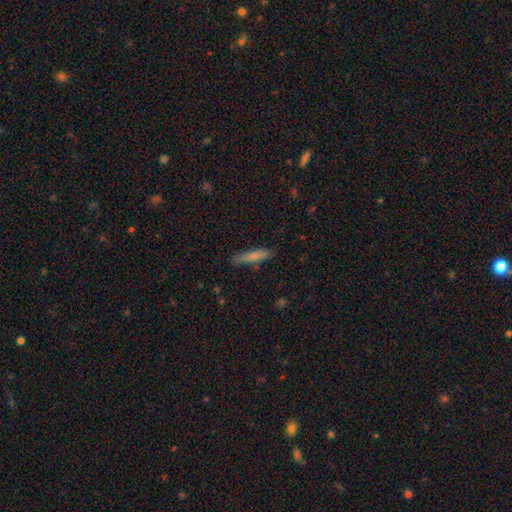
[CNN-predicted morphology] Smooth or featured? Predicted: smooth (p=0.72). How rounded? Predicted: cigar-shaped (p=0.90). Merging? Predicted: none (p=0.83).